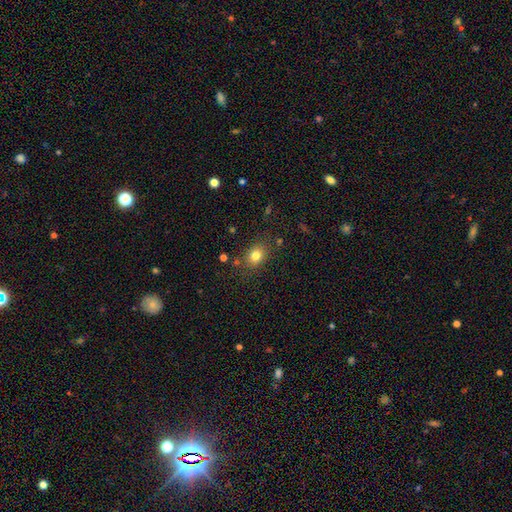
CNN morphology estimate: smooth-or-featured: smooth: 80% | star or artifact: 12% | featured or disk: 8%
  how-rounded: in between: 51% | round: 48% | cigar-shaped: 1%
  merging: none: 80% | minor disturbance: 13% | major disturbance: 4% | merger: 3%